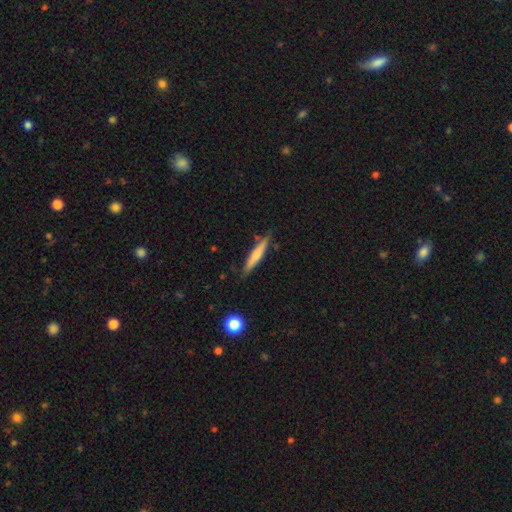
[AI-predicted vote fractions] Morphology: type=smooth (57%); roundness=cigar-shaped (93%); merging=none (85%).